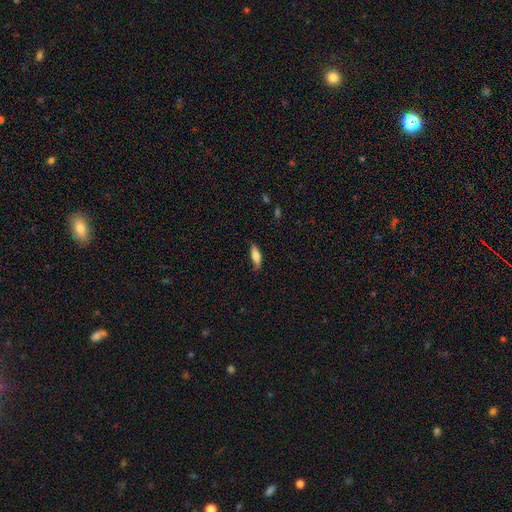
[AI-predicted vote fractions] Smooth or featured? Predicted: smooth (p=0.78). How rounded? Predicted: in between (p=0.59). Merging? Predicted: none (p=0.71).